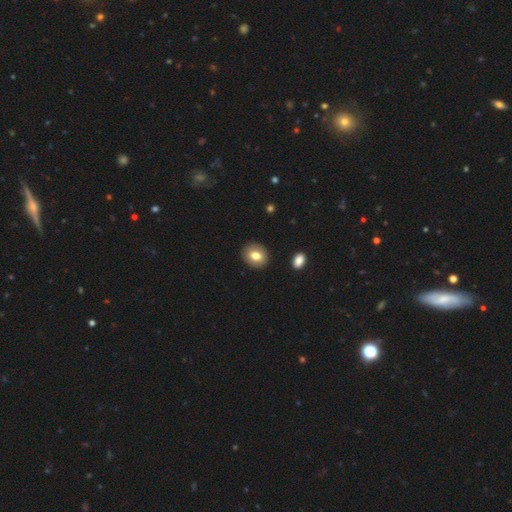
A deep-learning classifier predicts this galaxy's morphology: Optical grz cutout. It shows a smooth galaxy with no disk features (79%) that is round (53%). Merging: none (90%).